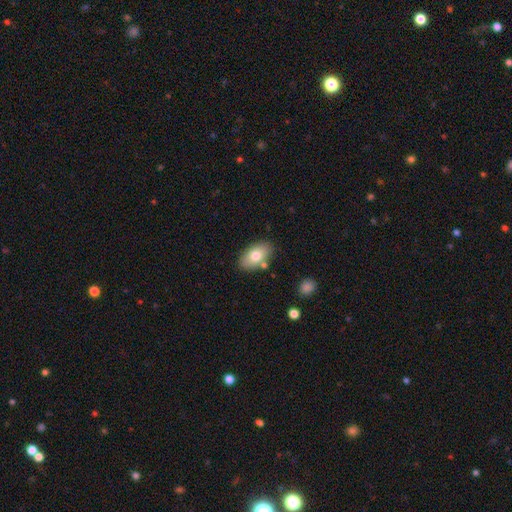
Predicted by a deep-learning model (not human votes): A smooth galaxy with no disk features (74%) that is in between round and cigar-shaped (92%).

Vote fractions:
- Smooth or featured? smooth: 74% / featured or disk: 19% / star or artifact: 7%
- How rounded? in between: 92% / round: 6% / cigar-shaped: 2%
- Merging? none: 79% / minor disturbance: 12% / merger: 6% / major disturbance: 3%